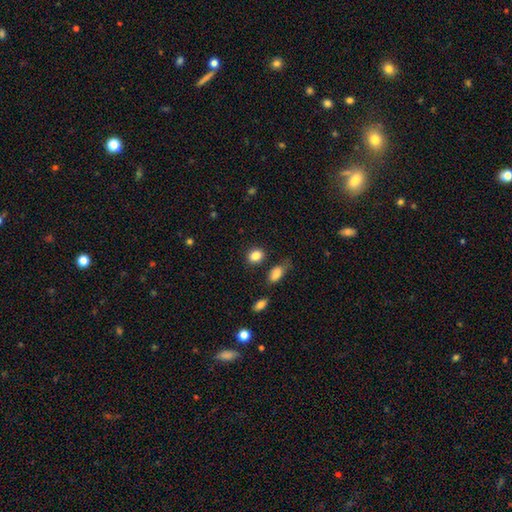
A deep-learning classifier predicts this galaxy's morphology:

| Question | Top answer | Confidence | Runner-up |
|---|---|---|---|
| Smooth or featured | smooth | 86% | star or artifact (9%) |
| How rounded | round | 53% | in between (46%) |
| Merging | none | 81% | minor disturbance (11%) |